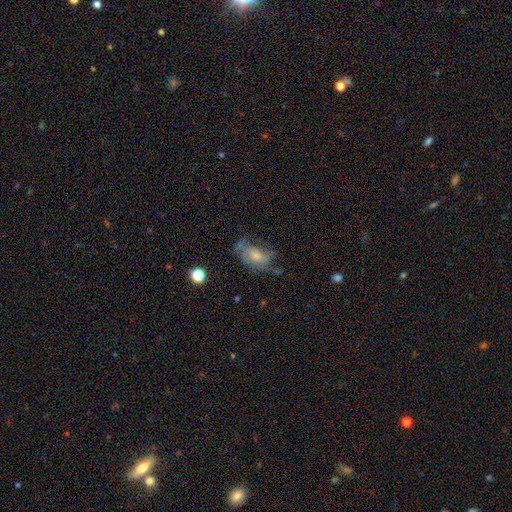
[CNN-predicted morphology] Smooth or featured: featured or disk — 46% (smooth — 43%)
Merging: none — 42% (minor disturbance — 28%)